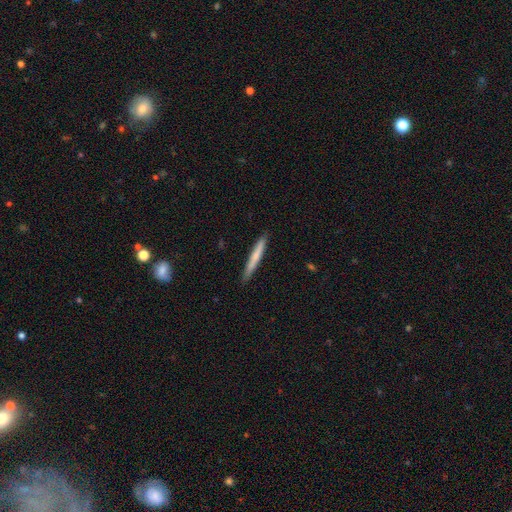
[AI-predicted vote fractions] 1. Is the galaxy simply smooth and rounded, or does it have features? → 66% smooth, 29% featured or disk, 6% star or artifact.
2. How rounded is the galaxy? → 97% cigar-shaped, 2% in between, 1% round.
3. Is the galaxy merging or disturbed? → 90% none, 8% minor disturbance, 1% major disturbance, 1% merger.